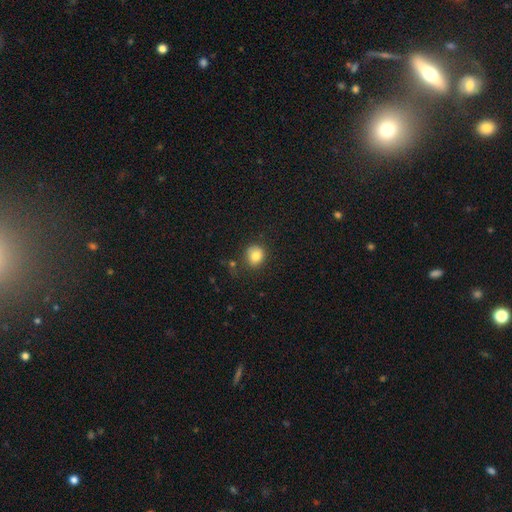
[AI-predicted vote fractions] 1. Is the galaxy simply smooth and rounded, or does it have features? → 83% smooth, 10% star or artifact, 7% featured or disk.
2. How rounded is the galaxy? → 74% round, 26% in between, 1% cigar-shaped.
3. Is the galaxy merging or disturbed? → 76% none, 16% minor disturbance, 5% major disturbance, 4% merger.